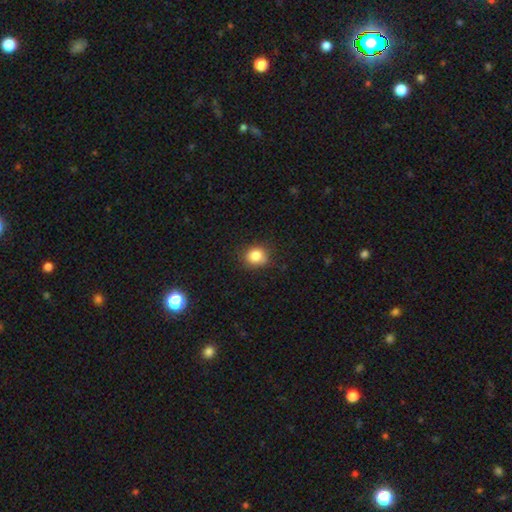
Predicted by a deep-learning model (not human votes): Smooth or featured?
  - smooth: 83% *
  - star or artifact: 11%
  - featured or disk: 6%
How rounded?
  - round: 75% *
  - in between: 24%
  - cigar-shaped: 1%
Merging?
  - none: 77% *
  - minor disturbance: 17%
  - major disturbance: 4%
  - merger: 3%